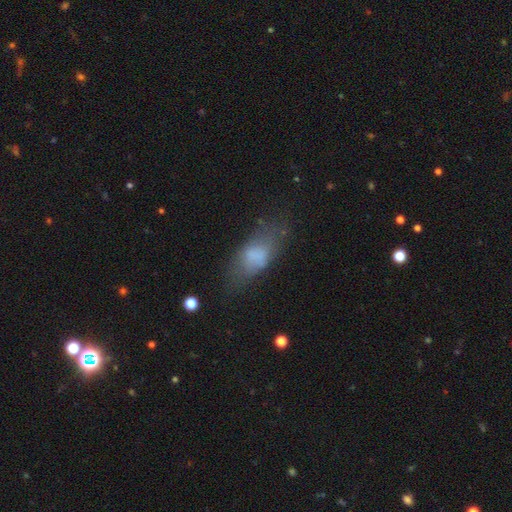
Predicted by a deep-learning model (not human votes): A smooth galaxy with no disk features (67%) that is in between round and cigar-shaped (80%). Merging: none (57%).